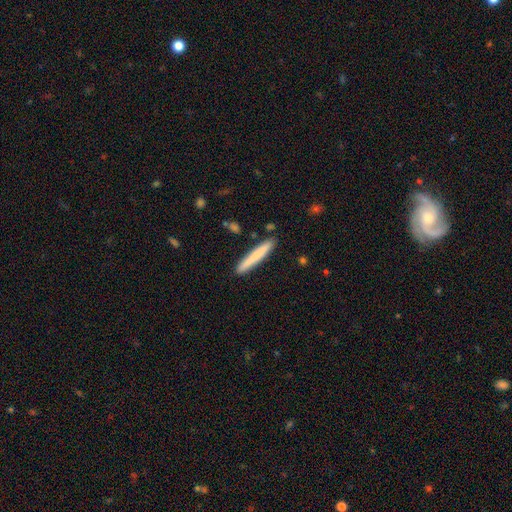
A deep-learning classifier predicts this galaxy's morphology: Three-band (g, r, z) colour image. It shows a smooth galaxy with no disk features (75%) that is cigar-shaped (96%). Merging: none (89%).